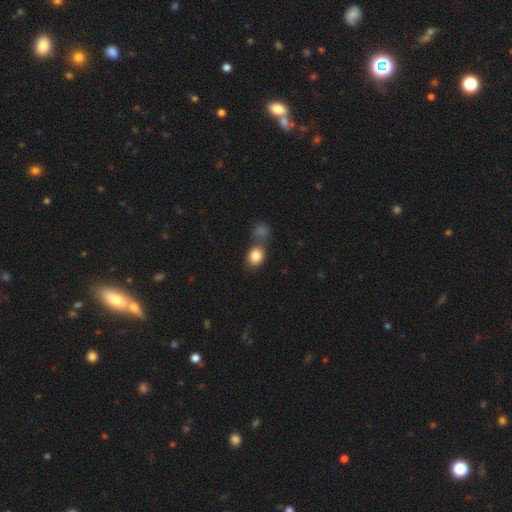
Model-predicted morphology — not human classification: smooth-or-featured: smooth: 84% | star or artifact: 9% | featured or disk: 7%
  how-rounded: in between: 53% | round: 46% | cigar-shaped: 1%
  merging: none: 48% | merger: 36% | minor disturbance: 11% | major disturbance: 5%